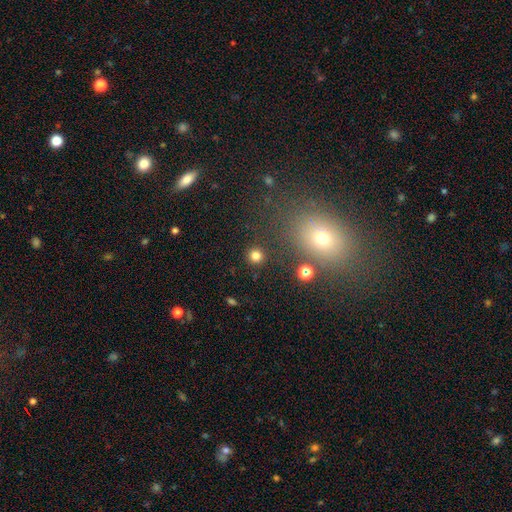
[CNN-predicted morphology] Overall: smooth (80%). How rounded: round (93%). Merging: none (89%).